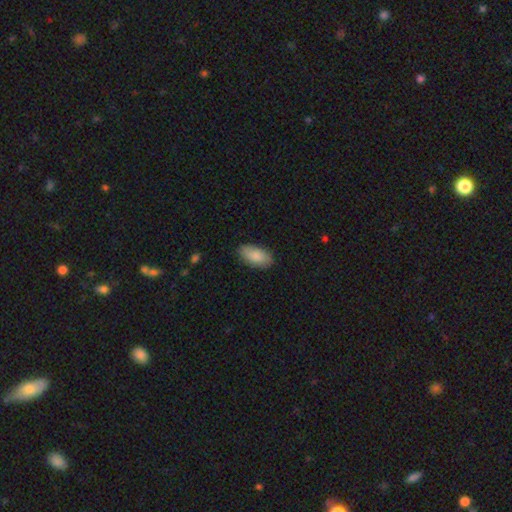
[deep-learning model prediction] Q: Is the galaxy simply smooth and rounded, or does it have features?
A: smooth — 86%.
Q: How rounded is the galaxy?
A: in between — 92%.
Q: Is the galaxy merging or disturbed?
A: none — 85%.